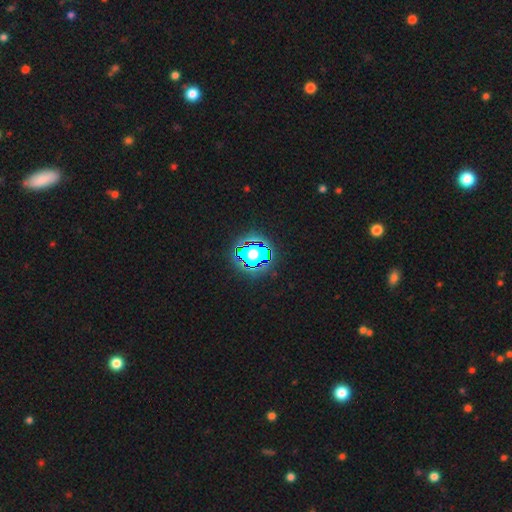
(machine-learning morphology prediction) Smooth or featured: star or artifact — 82% (smooth — 11%)